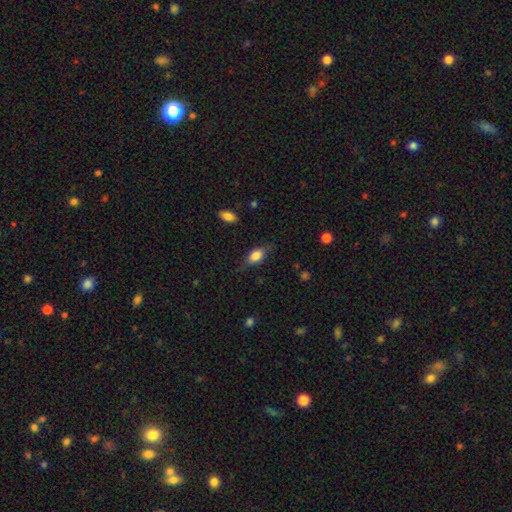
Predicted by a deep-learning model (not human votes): A smooth galaxy with no disk features (75%) that is in between round and cigar-shaped (81%). Merging: none (70%).